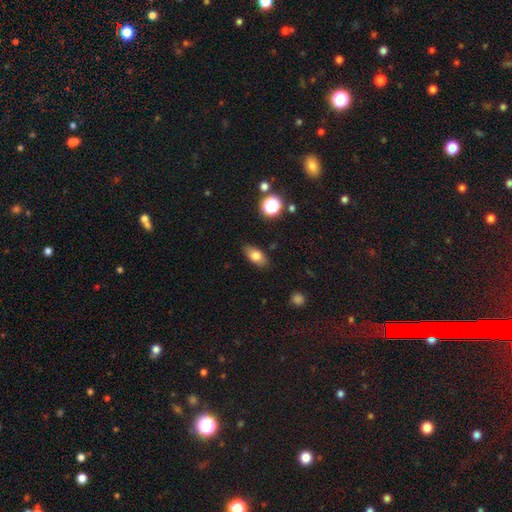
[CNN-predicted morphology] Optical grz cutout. It shows a smooth galaxy with no disk features (77%) that is in between round and cigar-shaped (86%). Merging: none (84%).